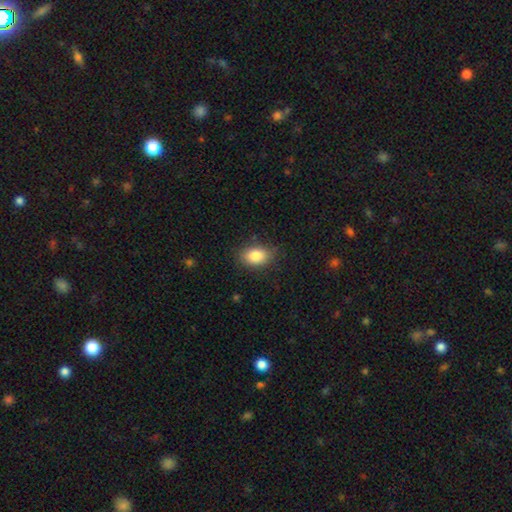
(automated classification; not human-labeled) smooth 86%, star or artifact 8%, featured or disk 7%. Down the decision tree: how rounded — in between (82%); merging — none (83%).